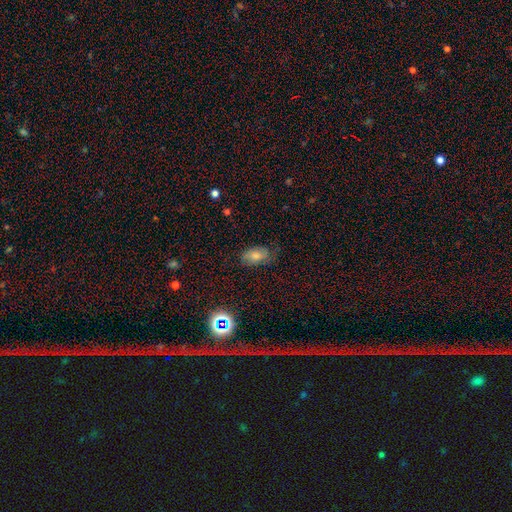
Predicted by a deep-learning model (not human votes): A smooth galaxy with no disk features (70%) that is in between round and cigar-shaped (91%).

Vote fractions:
- Smooth or featured? smooth: 70% / featured or disk: 18% / star or artifact: 12%
- How rounded? in between: 91% / round: 7% / cigar-shaped: 2%
- Merging? none: 66% / minor disturbance: 25% / major disturbance: 8% / merger: 1%